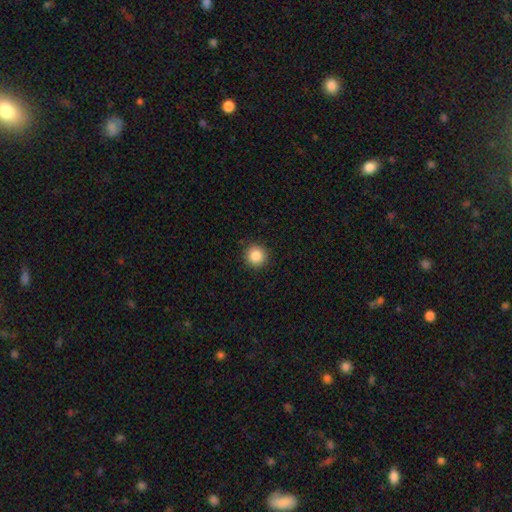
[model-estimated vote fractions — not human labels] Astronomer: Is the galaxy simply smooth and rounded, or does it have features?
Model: smooth — 86%.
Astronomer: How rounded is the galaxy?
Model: round — 95%.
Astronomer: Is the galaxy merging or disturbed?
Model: none — 91%.